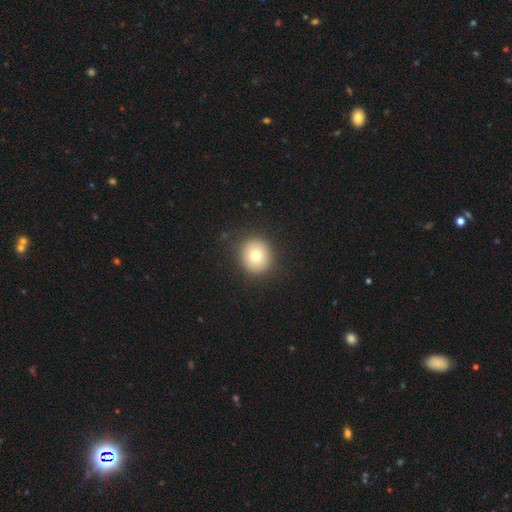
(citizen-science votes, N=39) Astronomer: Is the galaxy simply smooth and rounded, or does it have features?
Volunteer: smooth — 79%.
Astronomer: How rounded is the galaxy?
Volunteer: round — 81%.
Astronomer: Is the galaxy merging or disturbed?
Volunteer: none — 94%.